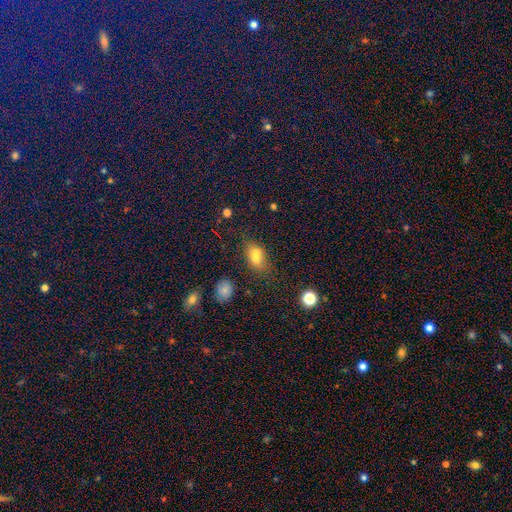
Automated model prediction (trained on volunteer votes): Smooth or featured? Predicted: smooth (p=0.68). How rounded? Predicted: in between (p=0.71). Merging? Predicted: none (p=0.52).